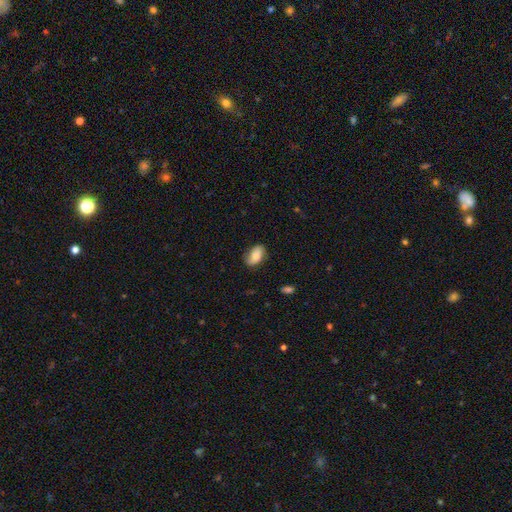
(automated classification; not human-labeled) Morphology: type=smooth (76%); roundness=in between (92%); merging=none (74%).